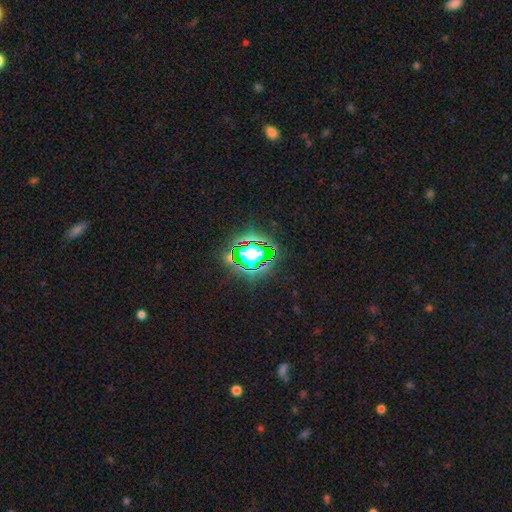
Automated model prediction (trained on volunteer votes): star or artifact 79%, smooth 13%, featured or disk 8%.